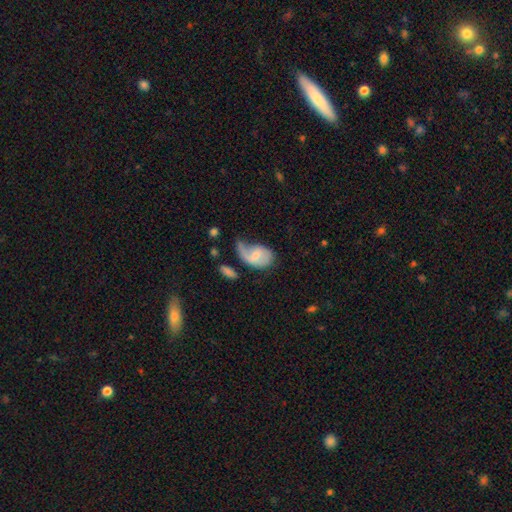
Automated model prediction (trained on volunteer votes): Overall: smooth (47%; featured or disk 46%). Merging: major disturbance (40%; minor disturbance 29%).